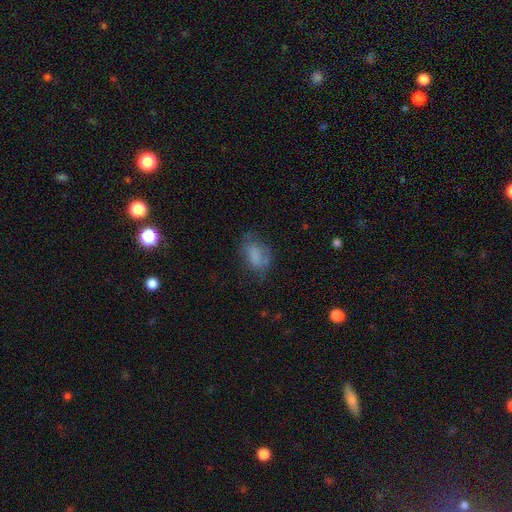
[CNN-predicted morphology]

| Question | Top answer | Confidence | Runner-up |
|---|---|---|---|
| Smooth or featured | smooth | 71% | featured or disk (19%) |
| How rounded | in between | 86% | round (11%) |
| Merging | none | 53% | minor disturbance (28%) |